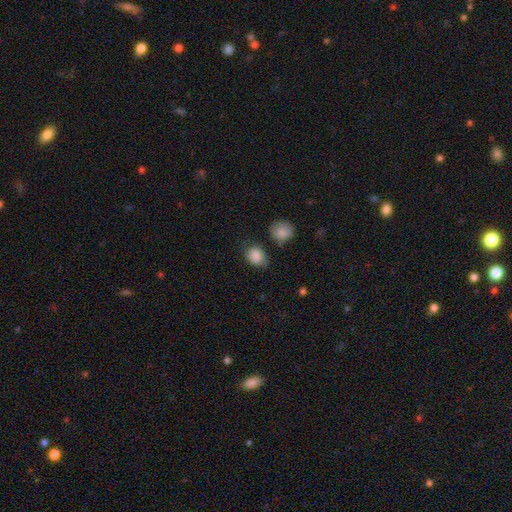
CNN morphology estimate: This is clearly a smooth galaxy (86%). How rounded: possibly in between (51%). Merging: likely none (64%).